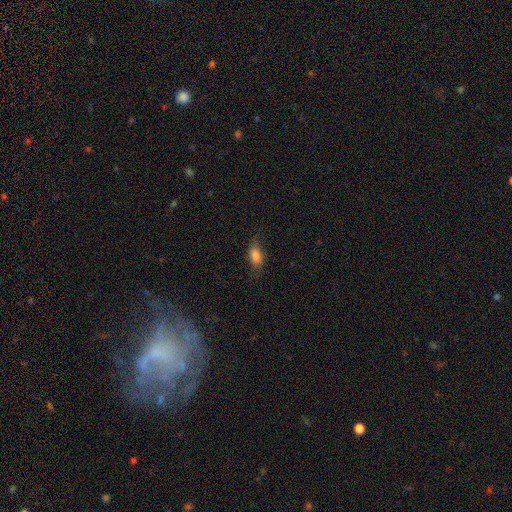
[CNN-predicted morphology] The model was most divided on "merging": none: 68%, minor disturbance: 23%, major disturbance: 8%, merger: 1%. More confident: how rounded — in between (78%); smooth or featured — smooth (76%).